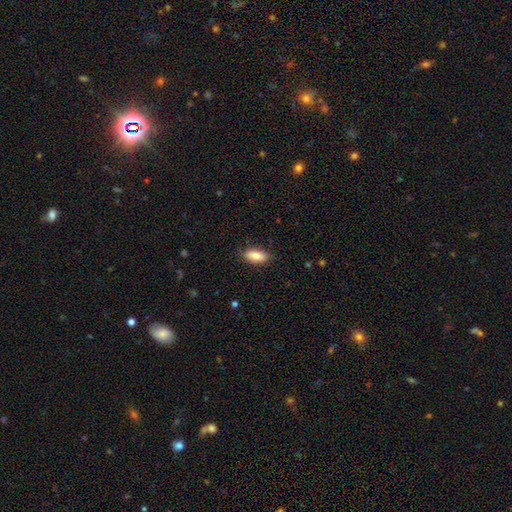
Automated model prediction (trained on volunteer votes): Smooth or featured: smooth — 86% (featured or disk — 7%)
How rounded: in between — 83% (cigar-shaped — 15%)
Merging: none — 86% (minor disturbance — 11%)